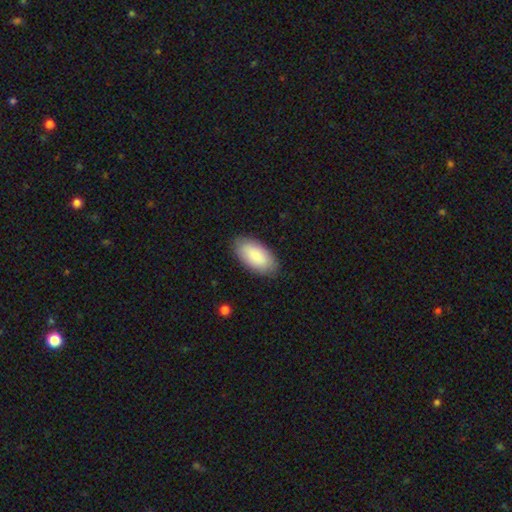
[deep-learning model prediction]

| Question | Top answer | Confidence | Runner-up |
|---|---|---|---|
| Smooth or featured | smooth | 87% | featured or disk (7%) |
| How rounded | in between | 95% | cigar-shaped (3%) |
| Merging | none | 86% | minor disturbance (10%) |